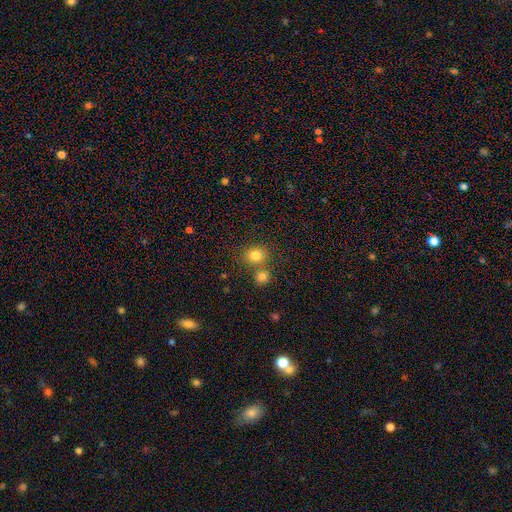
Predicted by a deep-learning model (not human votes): Smooth or featured? smooth (81%)
How rounded? round (68%)
Merging? none (58%)